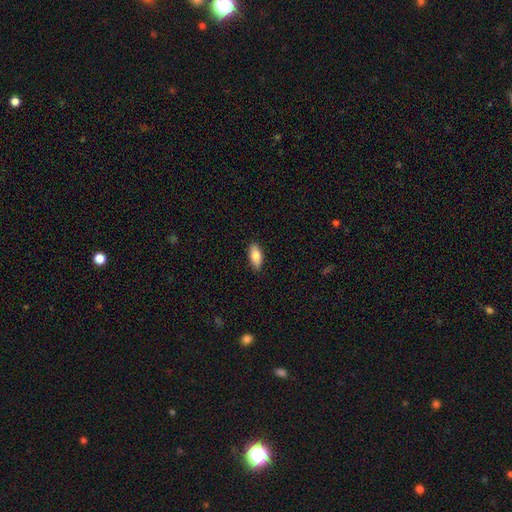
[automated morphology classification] This is clearly a smooth galaxy (82%). How rounded: clearly in between (86%). Merging: clearly none (87%).